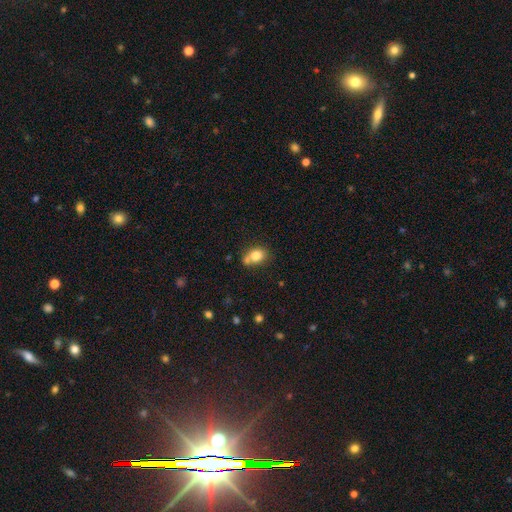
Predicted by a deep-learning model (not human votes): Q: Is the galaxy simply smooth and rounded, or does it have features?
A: smooth — 80%.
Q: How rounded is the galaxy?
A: in between — 51%.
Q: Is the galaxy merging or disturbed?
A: none — 49%.